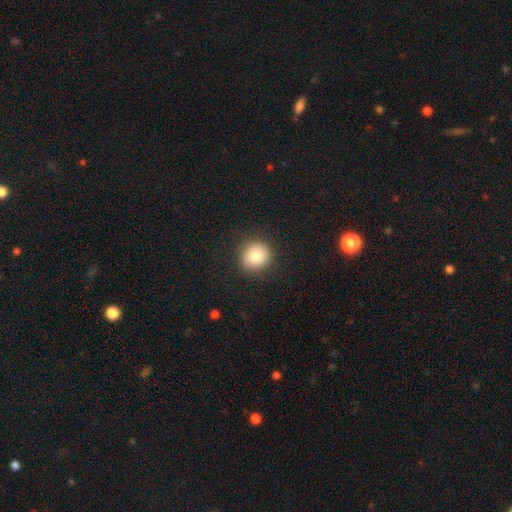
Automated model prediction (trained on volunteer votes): Q: Smooth or featured?
A: smooth (82%); runner-up: star or artifact (9%)
Q: How rounded?
A: round (91%); runner-up: in between (8%)
Q: Merging?
A: none (89%); runner-up: minor disturbance (8%)